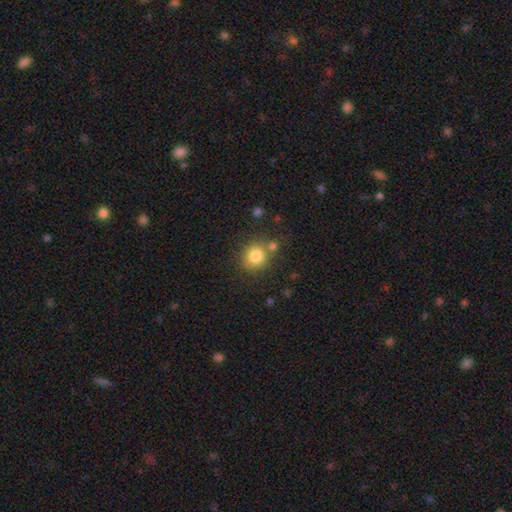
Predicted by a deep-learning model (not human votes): Smooth or featured?
  - smooth: 81% *
  - star or artifact: 11%
  - featured or disk: 8%
How rounded?
  - round: 81% *
  - in between: 19%
  - cigar-shaped: 1%
Merging?
  - none: 69% *
  - merger: 15%
  - minor disturbance: 12%
  - major disturbance: 4%